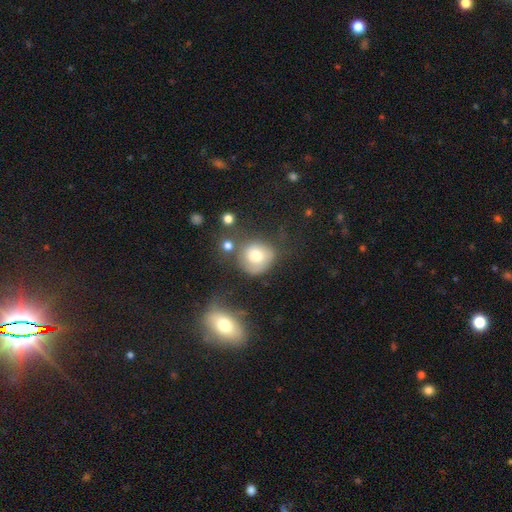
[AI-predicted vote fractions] Smooth or featured? smooth (73%)
How rounded? round (82%)
Merging? none (54%)